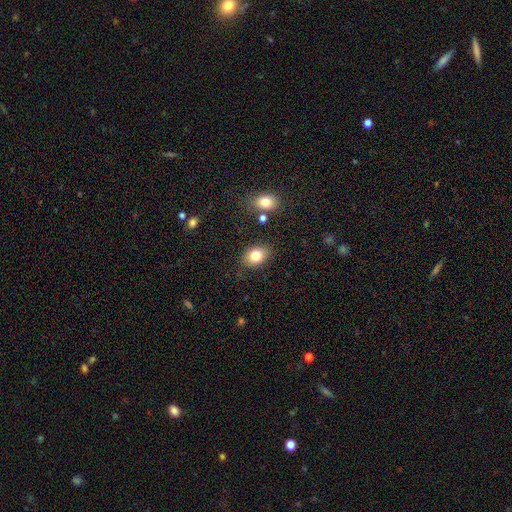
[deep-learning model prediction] Smooth or featured?
  - smooth: 80% *
  - featured or disk: 11%
  - star or artifact: 9%
How rounded?
  - in between: 77% *
  - round: 22%
  - cigar-shaped: 1%
Merging?
  - none: 83% *
  - minor disturbance: 11%
  - major disturbance: 3%
  - merger: 3%